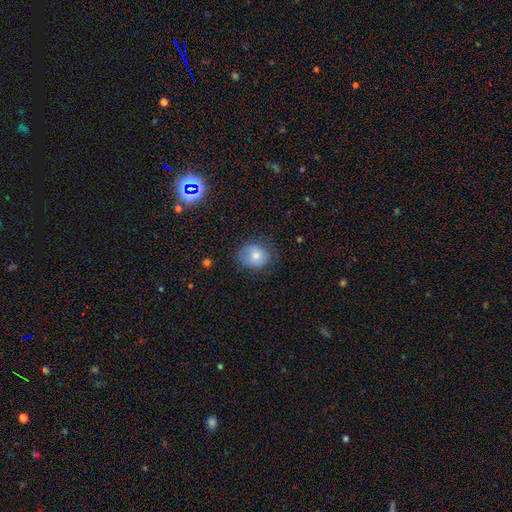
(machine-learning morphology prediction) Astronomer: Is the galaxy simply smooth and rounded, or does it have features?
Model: smooth — 70%.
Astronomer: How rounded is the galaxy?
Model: round — 70%.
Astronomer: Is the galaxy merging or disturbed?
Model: none — 67%.